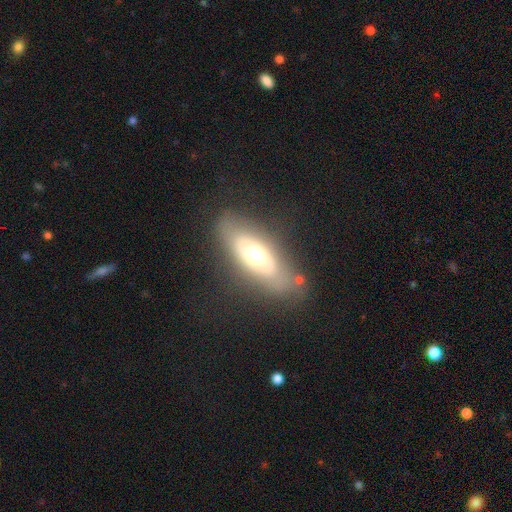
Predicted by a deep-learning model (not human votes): smooth_or_featured: featured or disk (p=0.46) [tied with: smooth p=0.46]
merging: none (p=0.74) [alt: minor disturbance p=0.16]